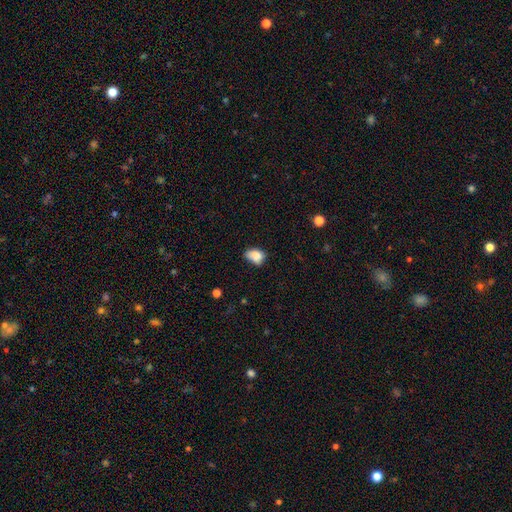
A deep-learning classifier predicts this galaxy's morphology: This appears to be a smooth galaxy with no disk features (82%) that is in between round and cigar-shaped (77%). Merging: none (41%).